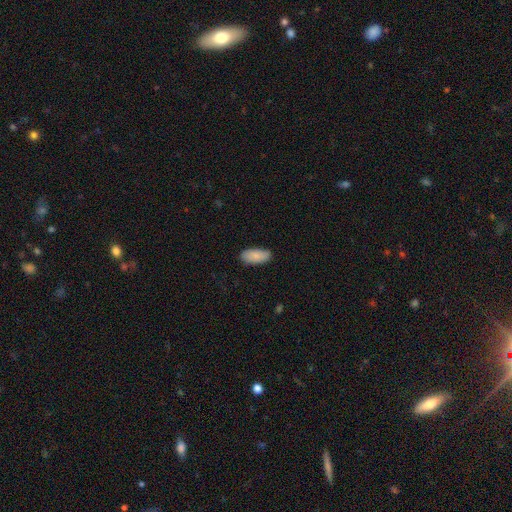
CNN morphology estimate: A smooth galaxy with no disk features (84%) that is in between round and cigar-shaped (92%). Merging: none (83%).